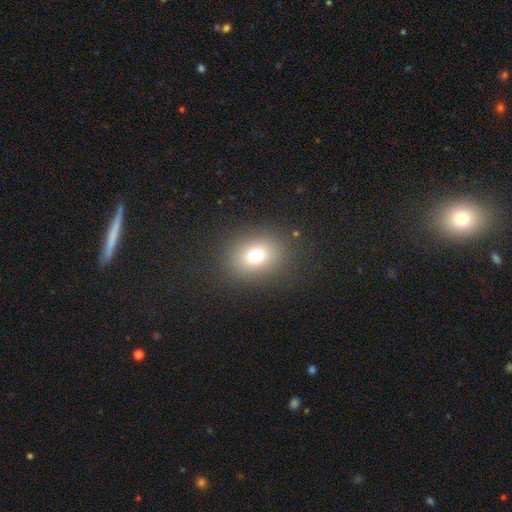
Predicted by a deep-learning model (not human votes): This is likely a smooth galaxy (73%). How rounded: possibly round (56%). Merging: clearly none (85%).